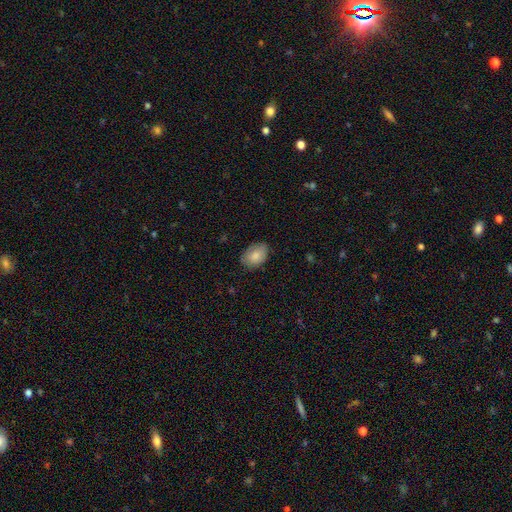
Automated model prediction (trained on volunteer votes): smooth_or_featured: smooth (p=0.83) [alt: featured or disk p=0.11]
how_rounded: in between (p=0.82) [alt: round p=0.17]
merging: none (p=0.74) [alt: minor disturbance p=0.21]